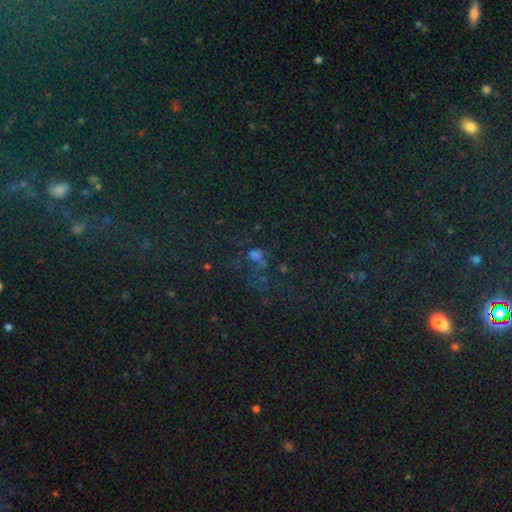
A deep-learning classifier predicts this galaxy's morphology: Smooth or featured? star or artifact (50%)